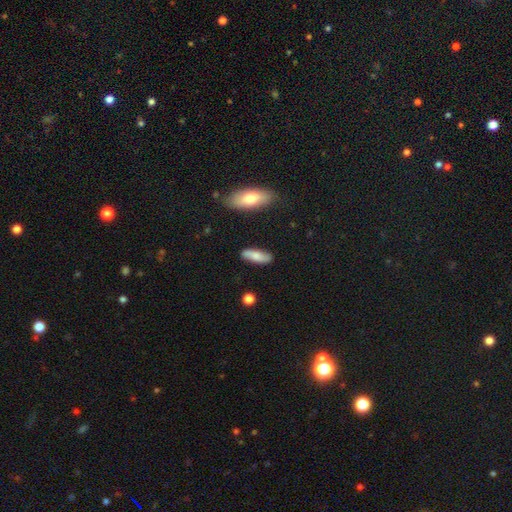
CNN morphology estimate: smooth 67%, featured or disk 27%, star or artifact 6%. Down the decision tree: how rounded — in between (62%); merging — none (82%).